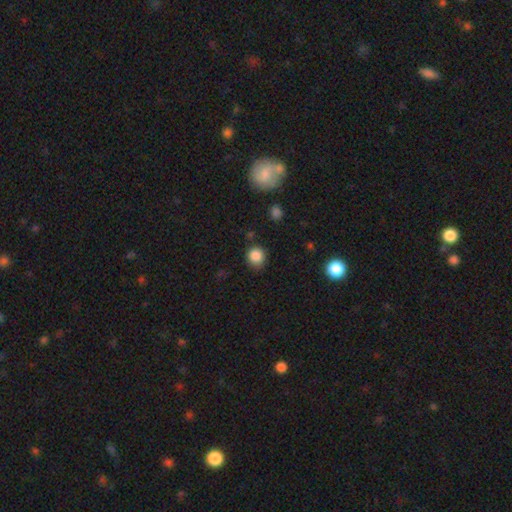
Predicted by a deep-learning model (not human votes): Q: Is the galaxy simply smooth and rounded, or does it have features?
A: smooth — 85%.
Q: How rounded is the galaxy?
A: round — 87%.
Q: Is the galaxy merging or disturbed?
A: none — 80%.